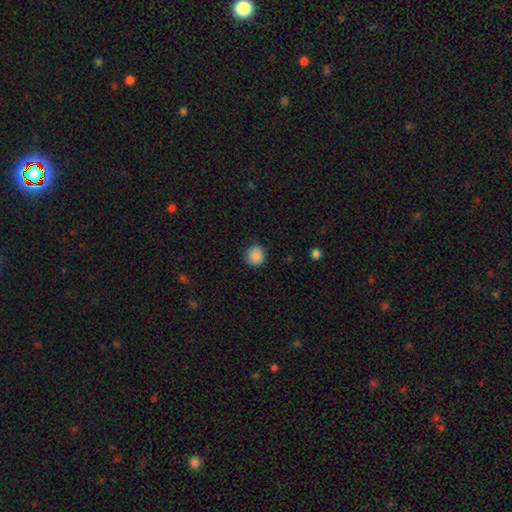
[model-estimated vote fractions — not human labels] A smooth galaxy with no disk features (88%) that is round (86%).

Vote fractions:
- Smooth or featured? smooth: 88% / star or artifact: 9% / featured or disk: 3%
- How rounded? round: 86% / in between: 13% / cigar-shaped: 1%
- Merging? none: 87% / minor disturbance: 10% / major disturbance: 3% / merger: 1%